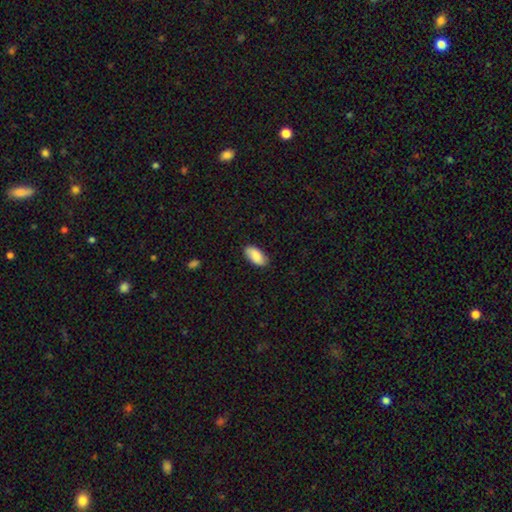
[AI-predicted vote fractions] Morphology: type=smooth (85%); roundness=in between (94%); merging=none (84%).